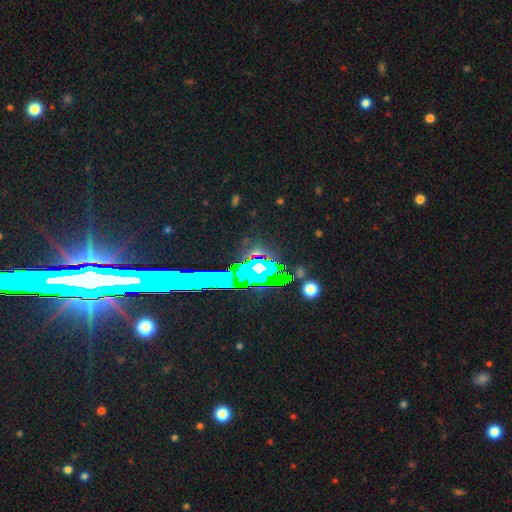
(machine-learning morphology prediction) Overall: star or artifact (68%).